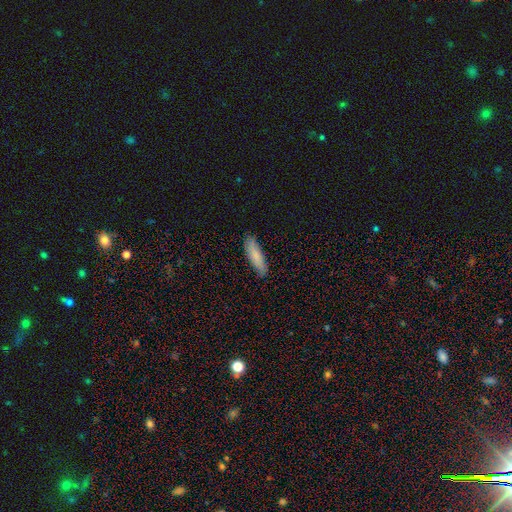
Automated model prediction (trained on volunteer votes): Smooth or featured: smooth — 82% (featured or disk — 12%)
How rounded: cigar-shaped — 63% (in between — 35%)
Merging: none — 86% (minor disturbance — 11%)